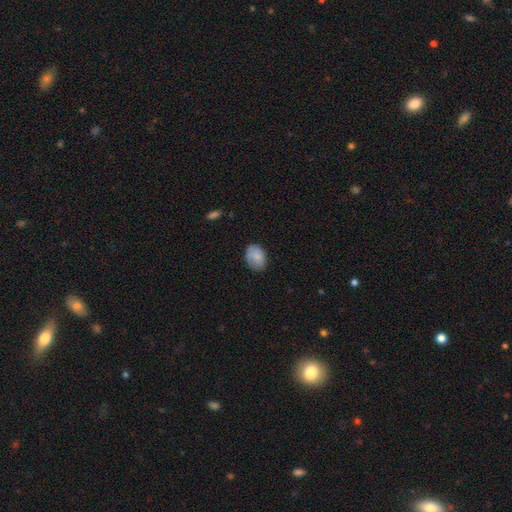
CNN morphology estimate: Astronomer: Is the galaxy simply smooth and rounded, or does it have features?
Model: smooth — 83%.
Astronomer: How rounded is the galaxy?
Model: in between — 75%.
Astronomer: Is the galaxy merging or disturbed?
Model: none — 74%.